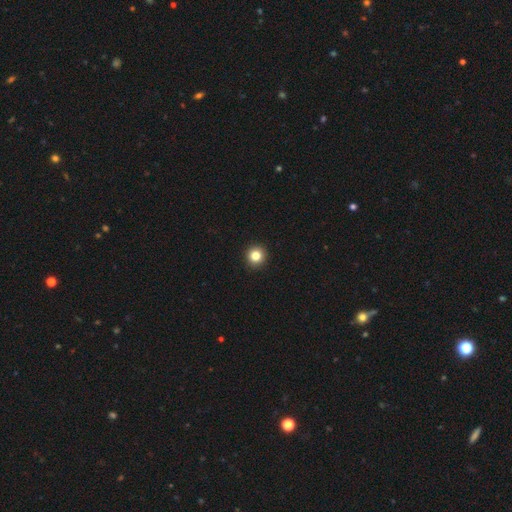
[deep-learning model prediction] A smooth galaxy with no disk features (83%) that is round (95%). Merging: none (94%).